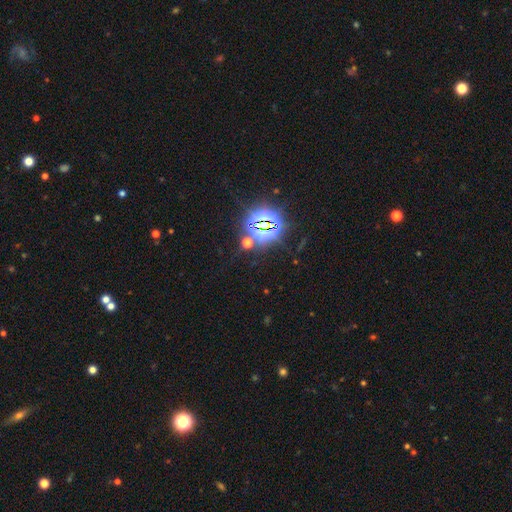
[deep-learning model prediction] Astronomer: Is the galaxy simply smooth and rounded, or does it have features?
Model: star or artifact — 82%.